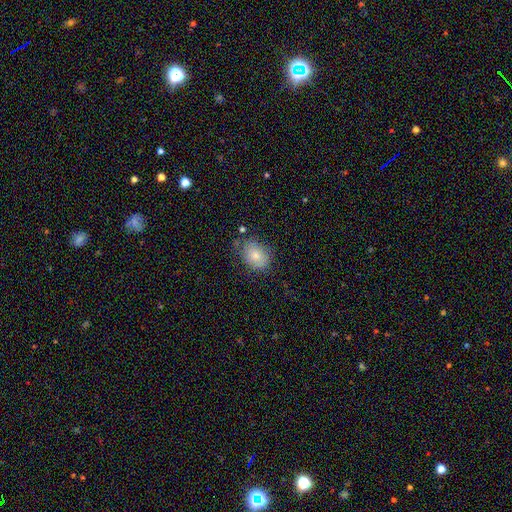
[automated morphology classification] A smooth galaxy with no disk features (79%) that is in between round and cigar-shaped (59%).

Vote fractions:
- Smooth or featured? smooth: 79% / featured or disk: 12% / star or artifact: 9%
- How rounded? in between: 59% / round: 40% / cigar-shaped: 1%
- Merging? none: 72% / minor disturbance: 20% / major disturbance: 5% / merger: 3%